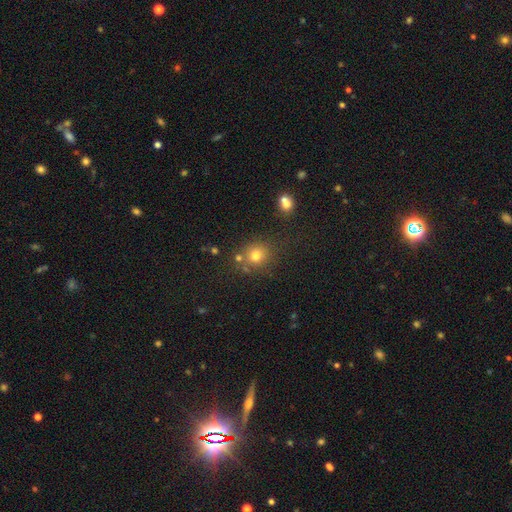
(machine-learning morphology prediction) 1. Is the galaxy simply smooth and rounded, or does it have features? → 74% smooth, 17% star or artifact, 9% featured or disk.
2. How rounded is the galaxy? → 79% round, 20% in between, 1% cigar-shaped.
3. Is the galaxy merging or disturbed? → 70% none, 13% minor disturbance, 12% merger, 5% major disturbance.